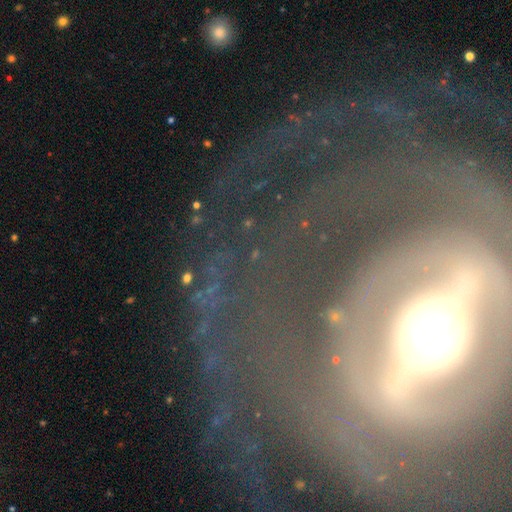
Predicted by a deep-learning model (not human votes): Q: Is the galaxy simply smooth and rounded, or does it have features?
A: featured or disk — 76%.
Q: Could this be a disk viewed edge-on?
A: no — 90%.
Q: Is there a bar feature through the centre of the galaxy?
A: strong — 43%.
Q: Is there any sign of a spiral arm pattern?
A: yes — 77%.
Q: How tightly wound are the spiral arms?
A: tight — 51%.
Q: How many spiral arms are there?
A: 2 — 42%.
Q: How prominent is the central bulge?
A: moderate — 49%.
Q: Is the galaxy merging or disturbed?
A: none — 65%.